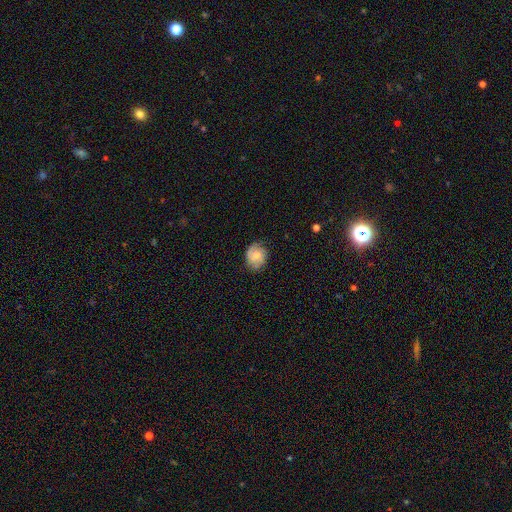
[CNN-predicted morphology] smooth-or-featured: smooth: 56% | featured or disk: 36% | star or artifact: 8%
  how-rounded: round: 65% | in between: 34% | cigar-shaped: 1%
  merging: none: 70% | minor disturbance: 23% | major disturbance: 6% | merger: 1%